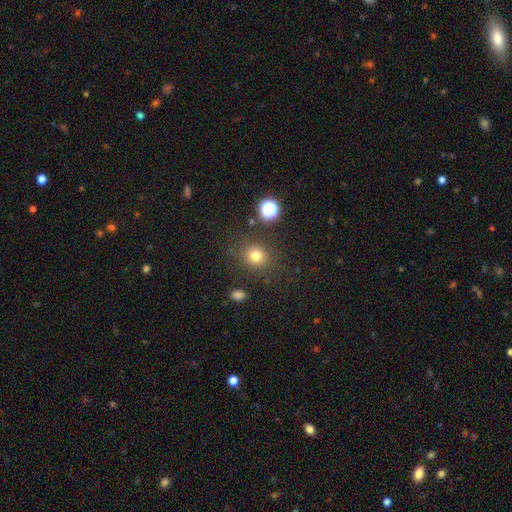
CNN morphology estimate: Smooth or featured? Predicted: smooth (p=0.77). How rounded? Predicted: round (p=0.85). Merging? Predicted: none (p=0.84).